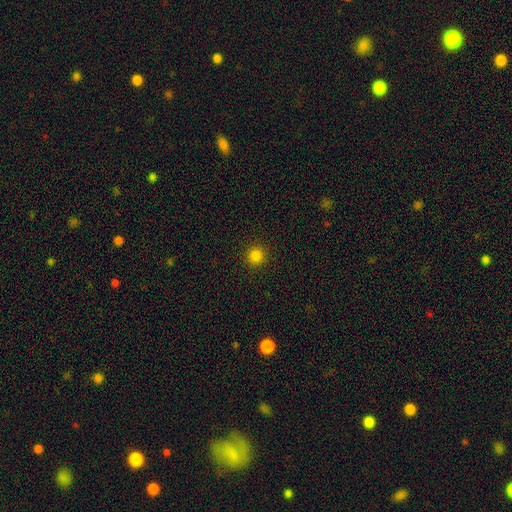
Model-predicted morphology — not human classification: This is clearly a smooth galaxy (83%). How rounded: clearly round (95%). Merging: clearly none (92%).